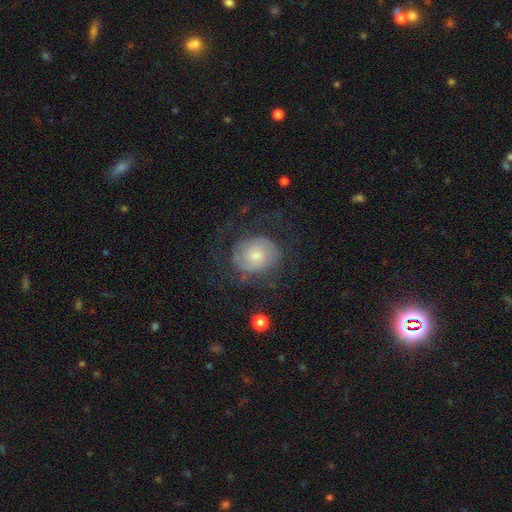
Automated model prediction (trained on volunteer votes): A featured or disk galaxy (67%) with no bar (65%), 2 (54%) tight (49%) spiral arms (88%) and a small central bulge (56%).

Vote fractions:
- Smooth or featured? featured or disk: 67% / smooth: 26% / star or artifact: 7%
- Edge-on disk? no: 98% / yes: 2%
- Bar? no: 65% / weak: 30% / strong: 5%
- Spiral arms? yes: 88% / no: 12%
- Spiral winding? tight: 49% / medium: 36% / loose: 15%
- Spiral arm count? 2: 54% / can't tell: 26% / 3: 8% / 1: 6% / 4: 3% / more than 4: 3%
- Bulge size? small: 56% / moderate: 33% / large: 5% / none: 4% / dominant: 2%
- Merging? none: 62% / major disturbance: 20% / minor disturbance: 17% / merger: 2%